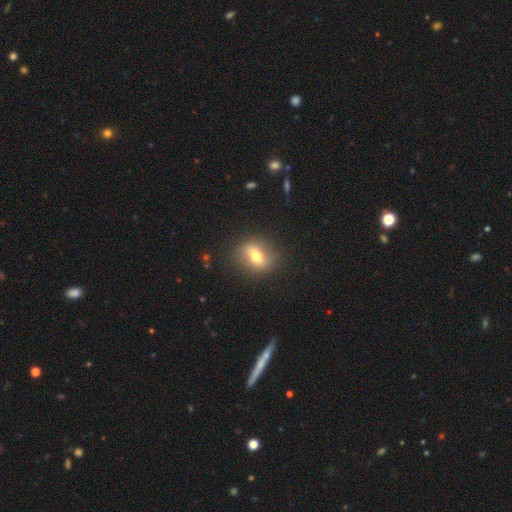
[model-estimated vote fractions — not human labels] Smooth or featured? smooth (61%)
How rounded? in between (50%)
Merging? none (81%)